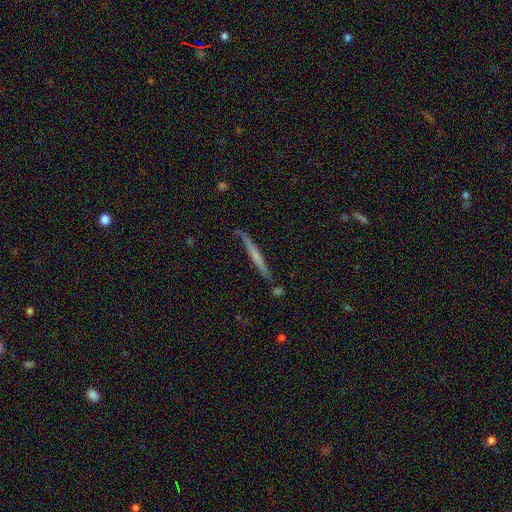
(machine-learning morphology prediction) featured or disk 51%, smooth 42%, star or artifact 6%. Down the decision tree: edge-on disk — yes (96%); merging — none (81%).